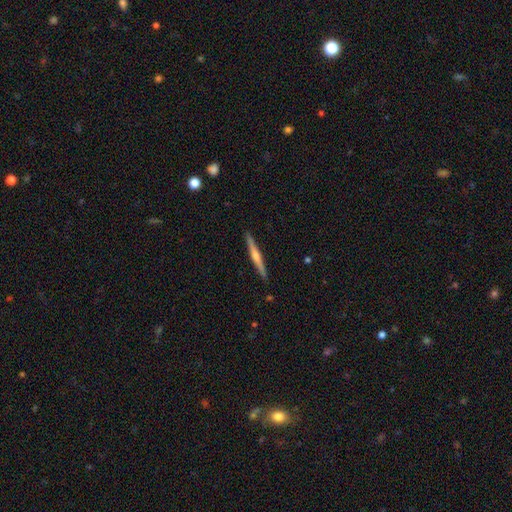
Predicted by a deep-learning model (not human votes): Smooth or featured? featured or disk (71%)
Edge-on disk? yes (98%)
Edge-on bulge? rounded (79%)
Merging? none (92%)